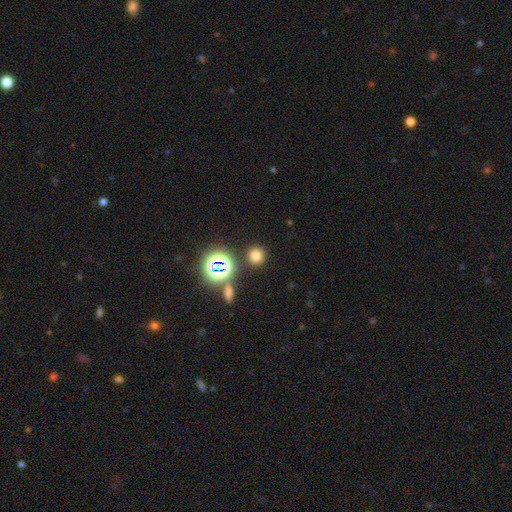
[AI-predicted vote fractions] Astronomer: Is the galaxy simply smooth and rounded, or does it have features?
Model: smooth — 70%.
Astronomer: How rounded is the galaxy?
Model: round — 90%.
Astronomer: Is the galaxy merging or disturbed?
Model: none — 86%.